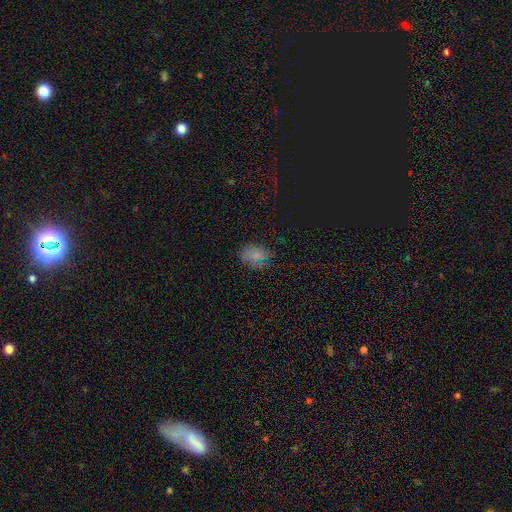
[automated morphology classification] Smooth or featured? smooth (63%)
How rounded? in between (72%)
Merging? none (68%)